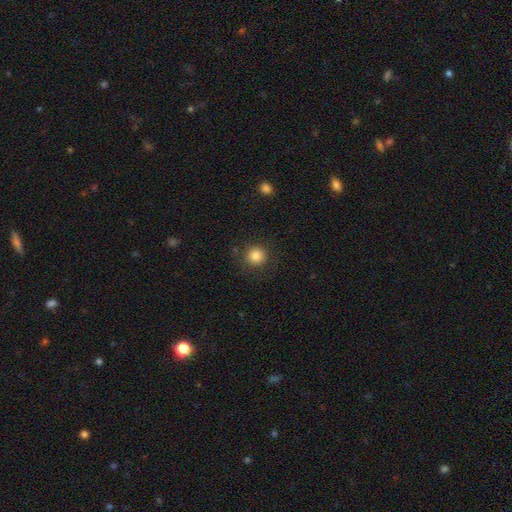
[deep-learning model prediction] This appears to be a smooth galaxy with no disk features (84%) that is round (93%). Merging: none (86%).